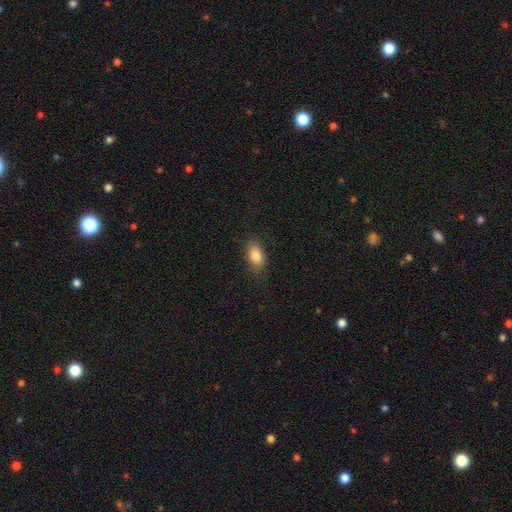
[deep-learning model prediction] smooth_or_featured: smooth (p=0.84) [alt: featured or disk p=0.08]
how_rounded: in between (p=0.89) [alt: round p=0.06]
merging: none (p=0.85) [alt: minor disturbance p=0.11]